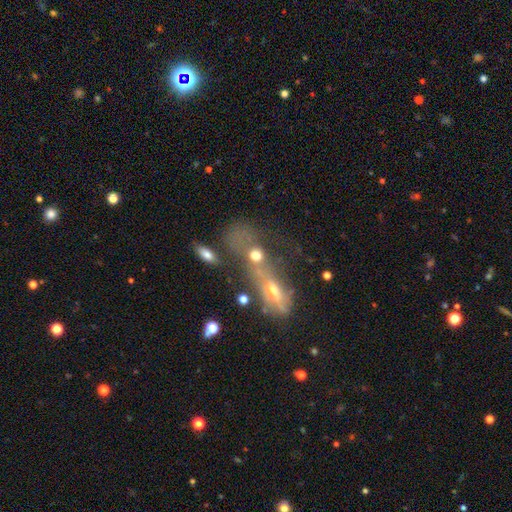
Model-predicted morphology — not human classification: type=smooth (56%); roundness=in between (47%); merging=merger (57%).